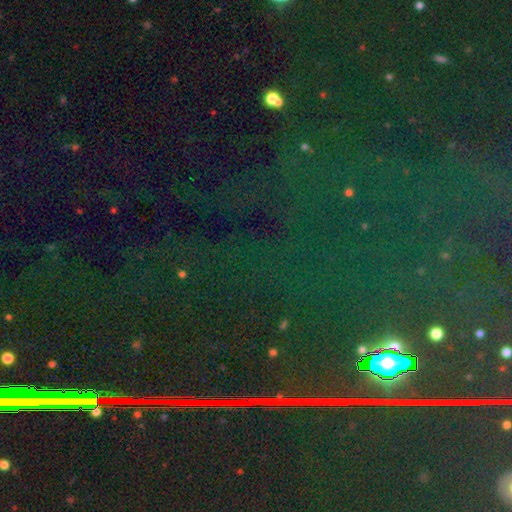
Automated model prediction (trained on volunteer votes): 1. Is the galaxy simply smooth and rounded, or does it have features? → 85% star or artifact, 8% smooth, 7% featured or disk.